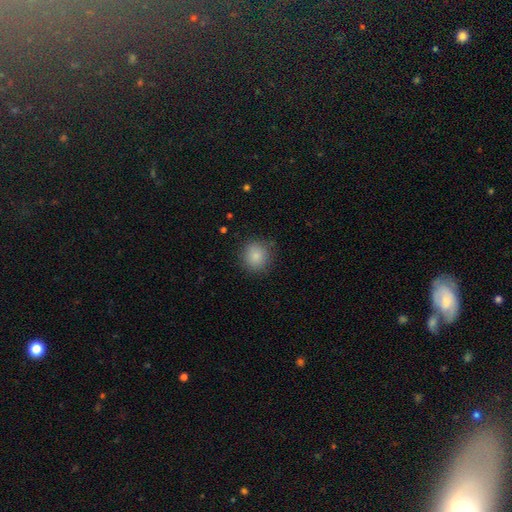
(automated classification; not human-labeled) The model was most divided on "merging": none: 85%, minor disturbance: 11%, major disturbance: 3%, merger: 1%. More confident: how rounded — round (89%); smooth or featured — smooth (86%).